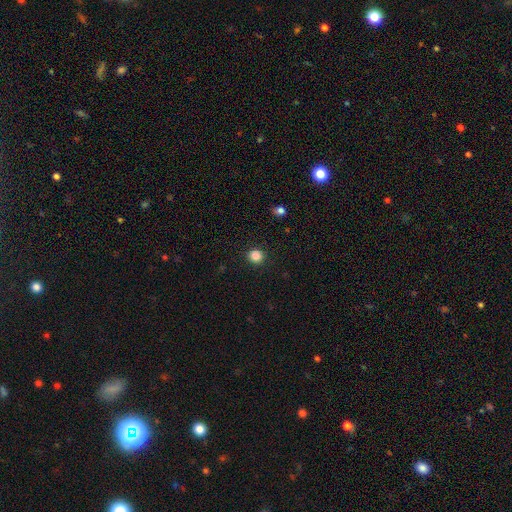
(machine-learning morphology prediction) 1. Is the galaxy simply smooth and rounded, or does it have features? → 85% smooth, 12% star or artifact, 4% featured or disk.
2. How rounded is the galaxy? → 93% round, 6% in between, 1% cigar-shaped.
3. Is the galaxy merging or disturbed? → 93% none, 5% minor disturbance, 2% major disturbance, 1% merger.